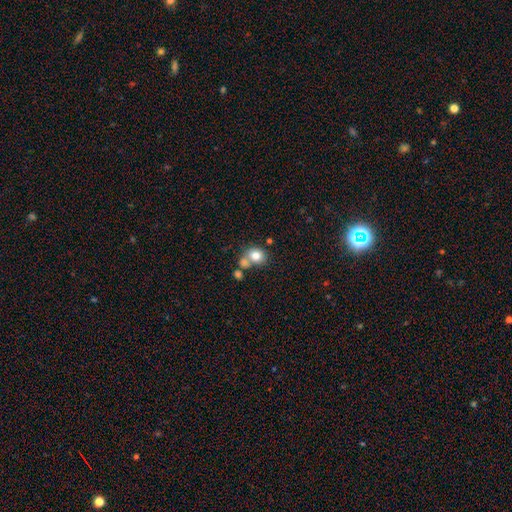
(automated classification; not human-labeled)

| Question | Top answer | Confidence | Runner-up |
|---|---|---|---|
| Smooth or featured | smooth | 78% | featured or disk (11%) |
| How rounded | round | 68% | in between (31%) |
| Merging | none | 49% | merger (36%) |